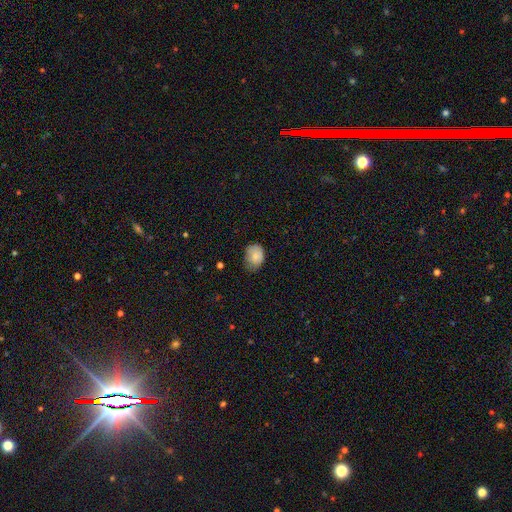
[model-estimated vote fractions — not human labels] smooth_or_featured: smooth (p=0.83) [alt: featured or disk p=0.08]
how_rounded: in between (p=0.63) [alt: round p=0.36]
merging: none (p=0.56) [alt: minor disturbance p=0.36]